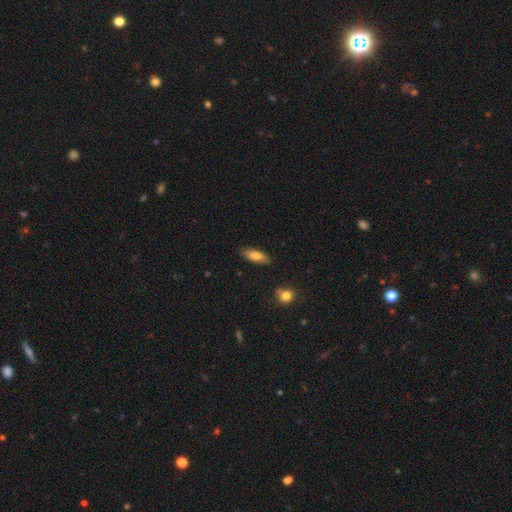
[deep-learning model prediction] A smooth galaxy with no disk features (78%) that is in between round and cigar-shaped (68%). Merging: none (84%).